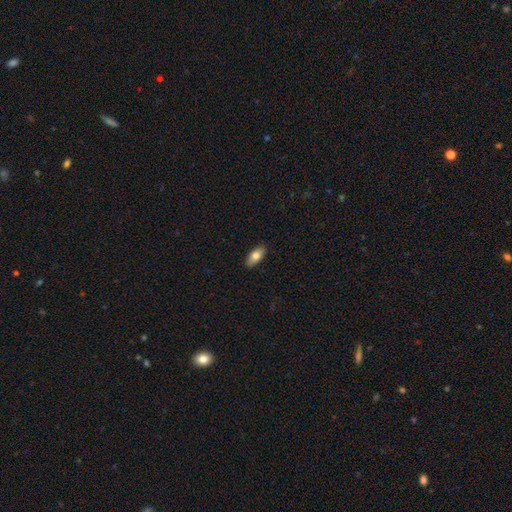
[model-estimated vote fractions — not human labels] Smooth or featured?
  - smooth: 77% *
  - featured or disk: 16%
  - star or artifact: 6%
How rounded?
  - in between: 87% *
  - cigar-shaped: 11%
  - round: 3%
Merging?
  - none: 89% *
  - minor disturbance: 8%
  - major disturbance: 2%
  - merger: 1%